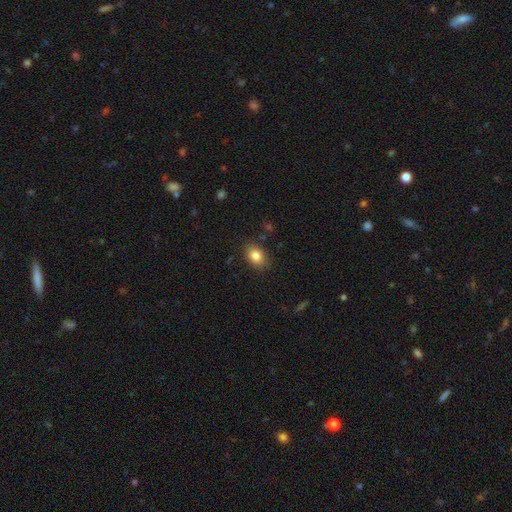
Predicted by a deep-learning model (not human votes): This appears to be a smooth galaxy with no disk features (83%) that is in between round and cigar-shaped (68%). Merging: none (85%).